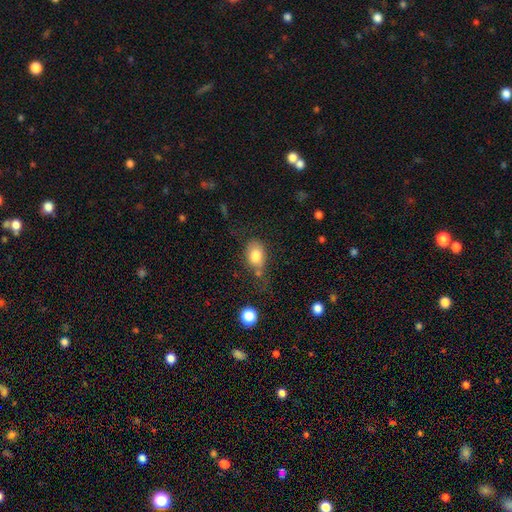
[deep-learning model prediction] This is clearly a smooth galaxy (80%). How rounded: likely in between (71%). Merging: possibly none (49%).